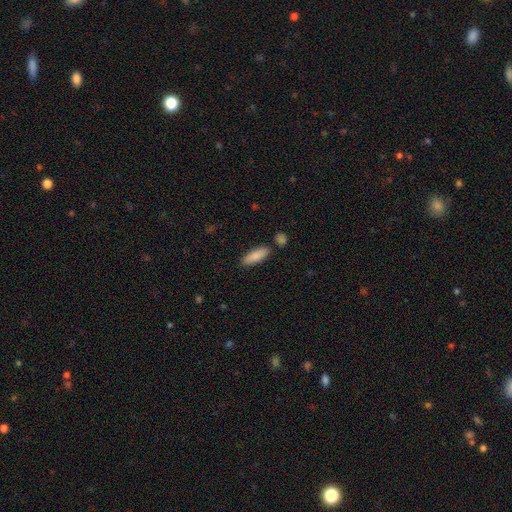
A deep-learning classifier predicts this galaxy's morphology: smooth_or_featured: smooth (p=0.88) [alt: featured or disk p=0.07]
how_rounded: in between (p=0.62) [alt: cigar-shaped p=0.36]
merging: none (p=0.83) [alt: minor disturbance p=0.10]